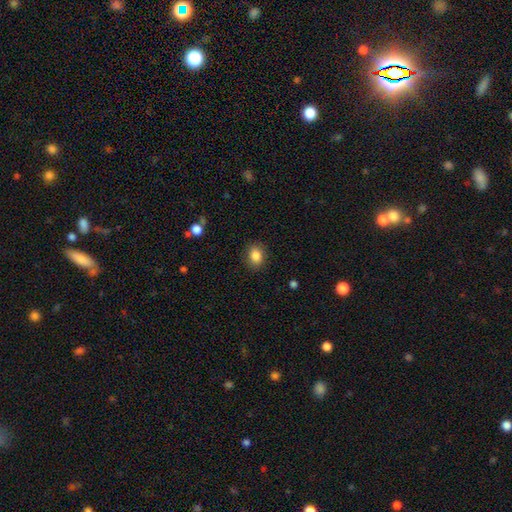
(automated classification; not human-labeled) Overall: smooth (85%). How rounded: in between (56%; round 43%). Merging: none (87%).